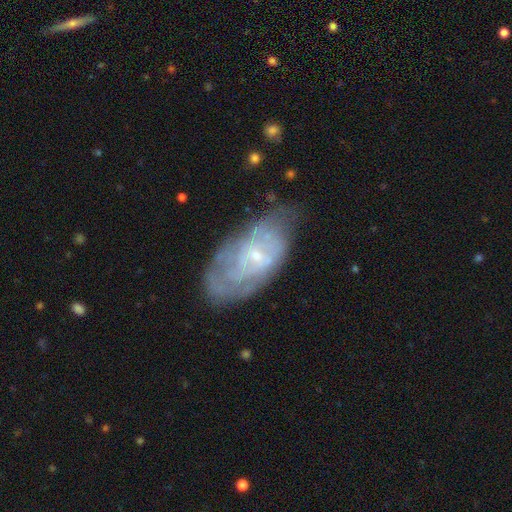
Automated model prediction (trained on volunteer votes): Q: Smooth or featured?
A: featured or disk (69%); runner-up: smooth (23%)
Q: Edge-on disk?
A: no (94%); runner-up: yes (6%)
Q: Bar?
A: no (53%); runner-up: weak (39%)
Q: Spiral arms?
A: yes (68%); runner-up: no (32%)
Q: Bulge size?
A: small (75%); runner-up: moderate (18%)
Q: Merging?
A: none (56%); runner-up: minor disturbance (28%)